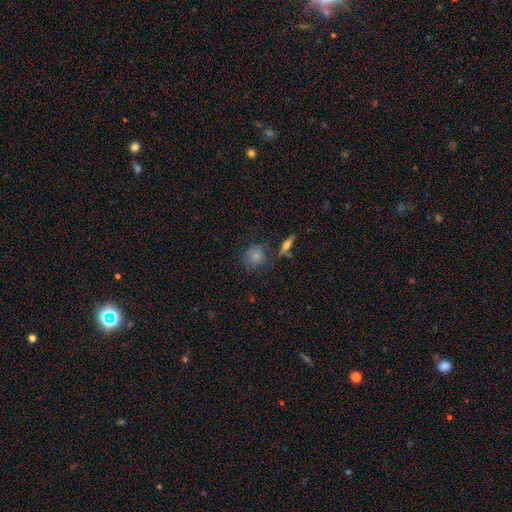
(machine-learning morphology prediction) Q: Smooth or featured?
A: smooth (80%); runner-up: featured or disk (11%)
Q: How rounded?
A: round (73%); runner-up: in between (24%)
Q: Merging?
A: none (70%); runner-up: minor disturbance (18%)